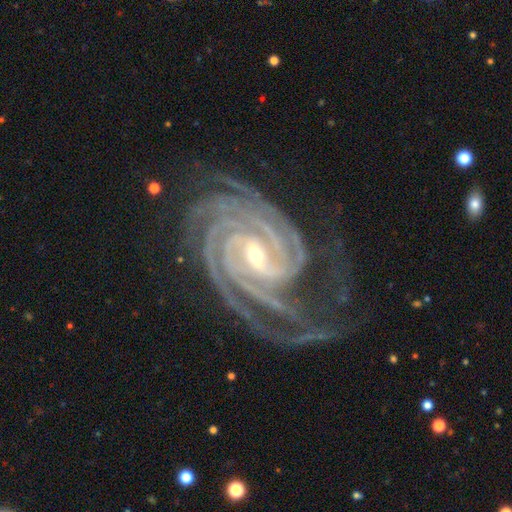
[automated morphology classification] This appears to be a featured or disk galaxy (94%) with a strong bar (47%), 4 (34%) tight (83%) spiral arms (99%) and a small central bulge (59%). Merging: none (68%).